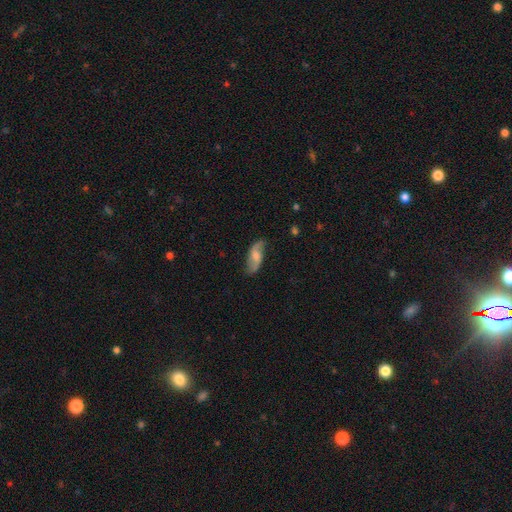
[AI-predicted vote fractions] smooth-or-featured: featured or disk: 65% | smooth: 28% | star or artifact: 7%
  disk-edge-on: no: 89% | yes: 11%
    bar: no: 51% | weak: 40% | strong: 9%
    has-spiral-arms: yes: 90% | no: 10%
      spiral-winding: loose: 69% | medium: 23% | tight: 8%
      spiral-arm-count: 2: 90% | can't tell: 5% | 1: 2% | 3: 1% | 4: 1% | more than 4: 1%
    bulge-size: moderate: 52% | small: 28% | large: 9% | none: 9% | dominant: 2%
  merging: none: 80% | minor disturbance: 15% | major disturbance: 4% | merger: 1%